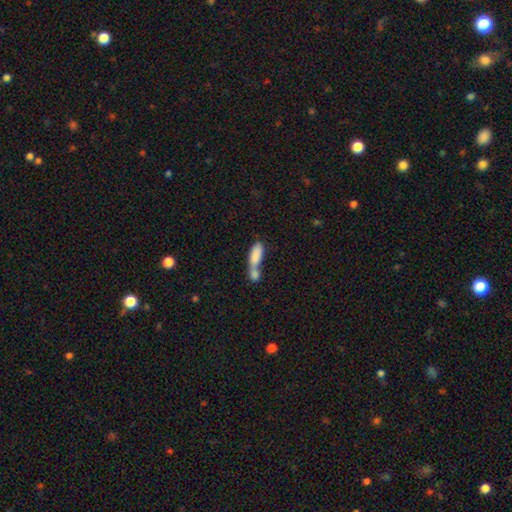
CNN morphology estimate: Smooth or featured? smooth (81%)
How rounded? in between (73%)
Merging? merger (70%)